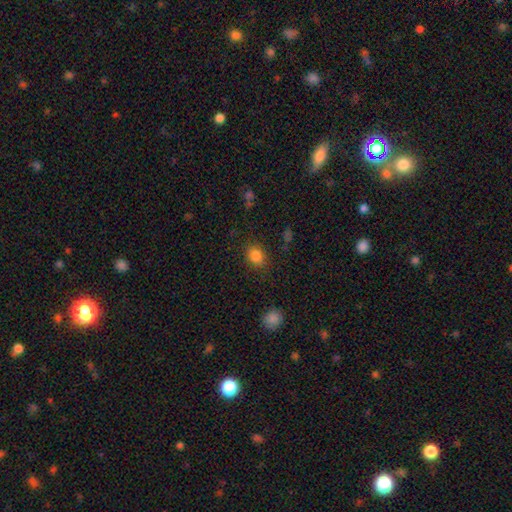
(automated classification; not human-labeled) Q: Smooth or featured?
A: smooth (85%); runner-up: star or artifact (11%)
Q: How rounded?
A: in between (52%); runner-up: round (47%)
Q: Merging?
A: none (83%); runner-up: minor disturbance (12%)